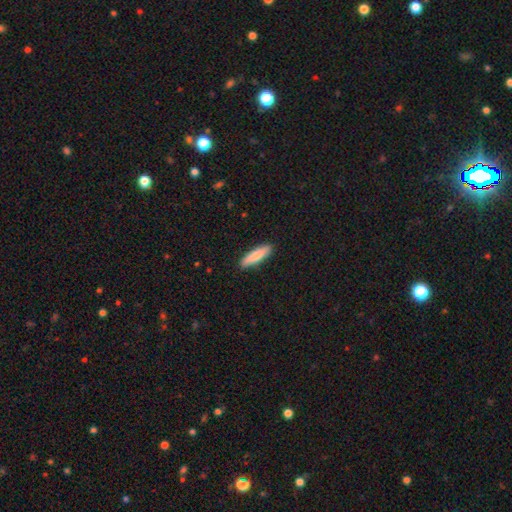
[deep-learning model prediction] Smooth or featured: smooth — 81% (featured or disk — 14%)
How rounded: cigar-shaped — 73% (in between — 26%)
Merging: none — 90% (minor disturbance — 7%)